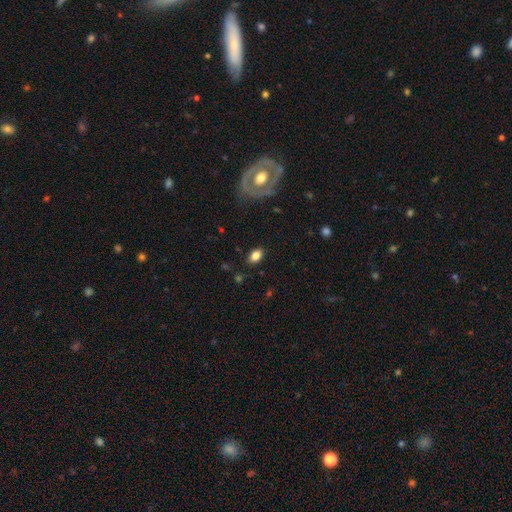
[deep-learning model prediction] smooth-or-featured: smooth: 82% | star or artifact: 9% | featured or disk: 8%
  how-rounded: in between: 85% | round: 13% | cigar-shaped: 1%
  merging: none: 85% | minor disturbance: 11% | major disturbance: 3% | merger: 1%